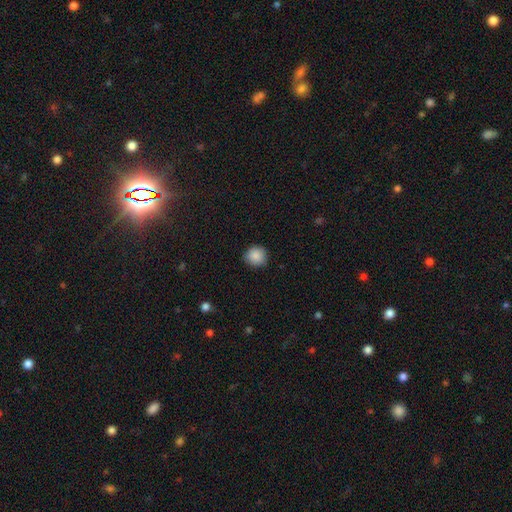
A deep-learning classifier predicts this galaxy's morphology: A smooth galaxy with no disk features (88%) that is round (88%). Merging: none (86%).